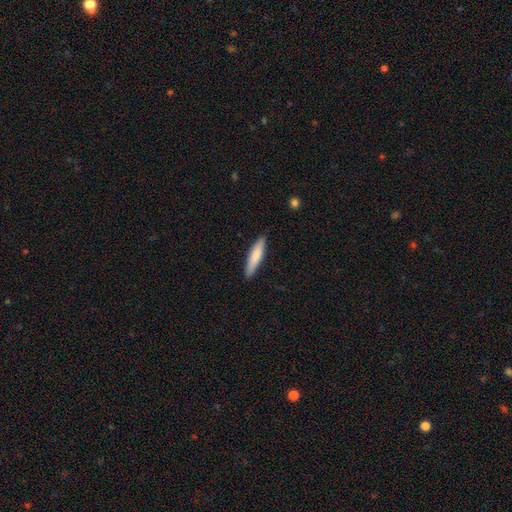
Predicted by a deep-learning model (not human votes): Morphology: type=smooth (78%); roundness=cigar-shaped (84%); merging=none (88%).